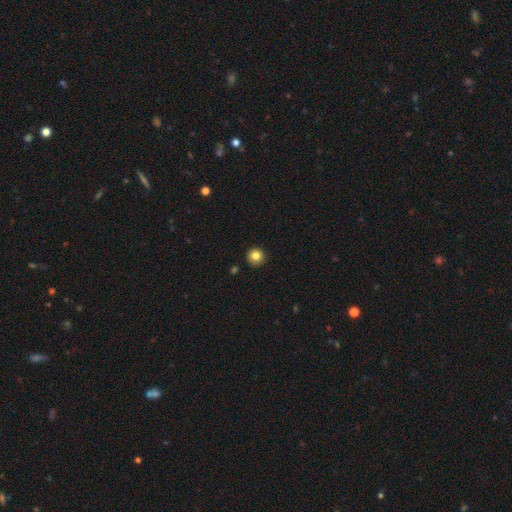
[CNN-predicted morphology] The model was most divided on "smooth or featured": smooth: 83%, star or artifact: 11%, featured or disk: 6%. More confident: how rounded — round (95%); merging — none (92%).